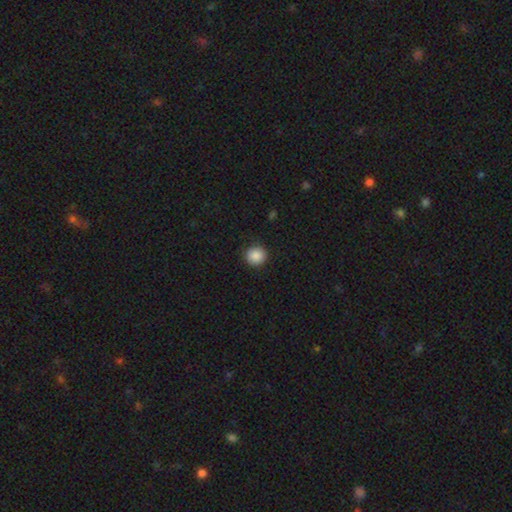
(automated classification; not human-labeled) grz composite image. It shows a smooth galaxy with no disk features (88%) that is round (92%). Merging: none (91%).